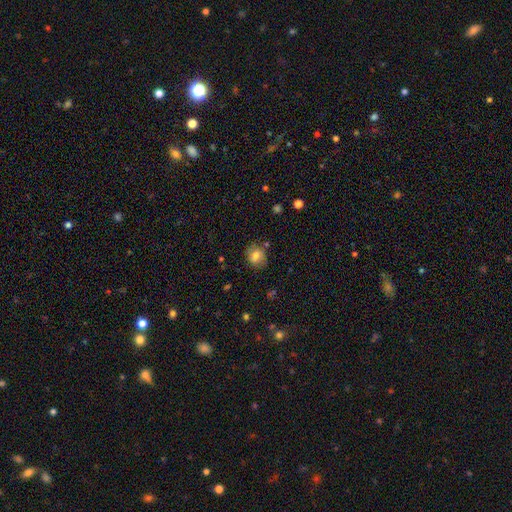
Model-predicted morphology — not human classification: Smooth or featured?
  - smooth: 75% *
  - featured or disk: 15%
  - star or artifact: 11%
How rounded?
  - round: 62% *
  - in between: 37%
  - cigar-shaped: 1%
Merging?
  - none: 74% *
  - minor disturbance: 18%
  - major disturbance: 5%
  - merger: 3%